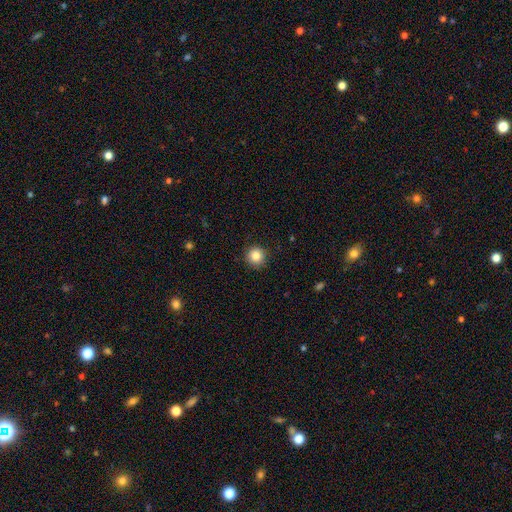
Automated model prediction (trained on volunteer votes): Smooth or featured? Predicted: smooth (p=0.85). How rounded? Predicted: round (p=0.94). Merging? Predicted: none (p=0.90).